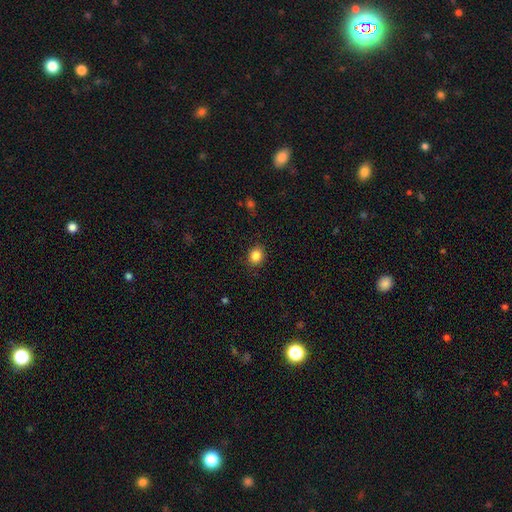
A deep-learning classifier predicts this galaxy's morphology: smooth_or_featured: smooth (p=0.85) [alt: star or artifact p=0.10]
how_rounded: round (p=0.69) [alt: in between p=0.30]
merging: none (p=0.88) [alt: minor disturbance p=0.08]